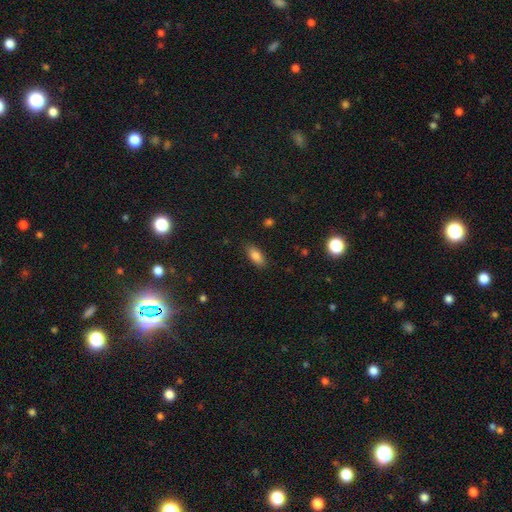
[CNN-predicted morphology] This is clearly a smooth galaxy (81%). How rounded: clearly in between (84%). Merging: clearly none (86%).